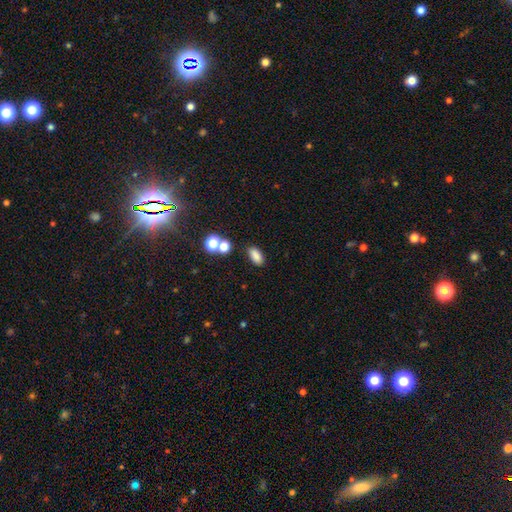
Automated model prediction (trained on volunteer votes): The model was most divided on "merging": none: 80%, minor disturbance: 9%, merger: 7%, major disturbance: 3%. More confident: how rounded — in between (87%); smooth or featured — smooth (83%).